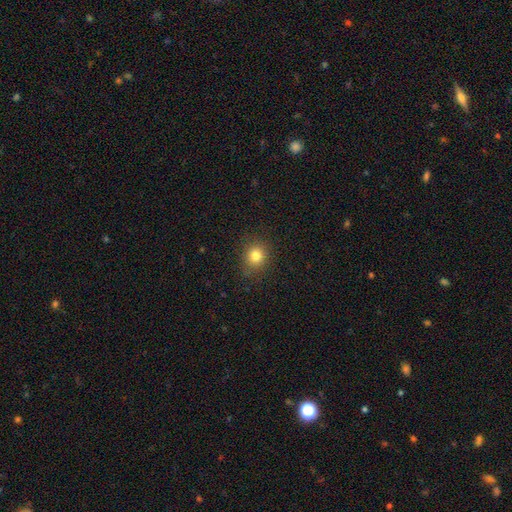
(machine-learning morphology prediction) Overall: smooth (81%). How rounded: round (78%). Merging: none (86%).